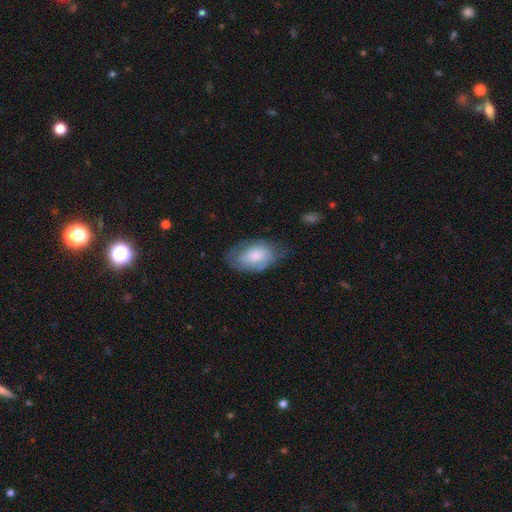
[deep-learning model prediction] Overall: smooth (57%; featured or disk 37%). How rounded: in between (92%). Merging: none (53%; minor disturbance 32%).